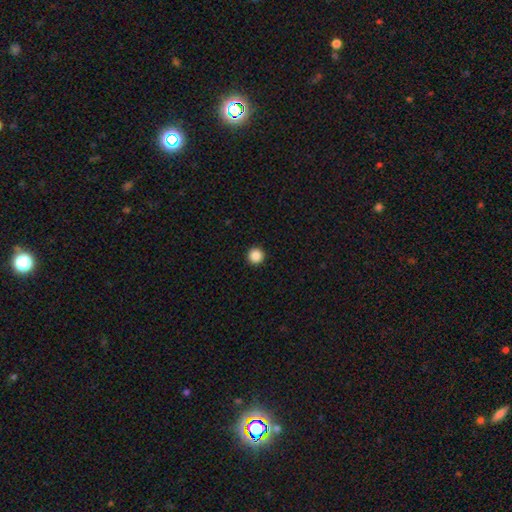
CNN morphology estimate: smooth-or-featured: smooth: 88% | star or artifact: 10% | featured or disk: 3%
  how-rounded: round: 97% | in between: 2% | cigar-shaped: 1%
  merging: none: 94% | minor disturbance: 4% | major disturbance: 1% | merger: 1%